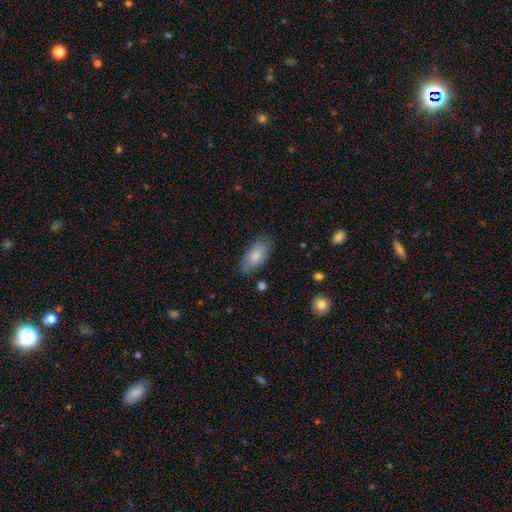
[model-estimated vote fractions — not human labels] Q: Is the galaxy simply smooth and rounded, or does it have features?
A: smooth — 80%.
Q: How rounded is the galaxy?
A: in between — 91%.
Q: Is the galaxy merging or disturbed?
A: none — 77%.